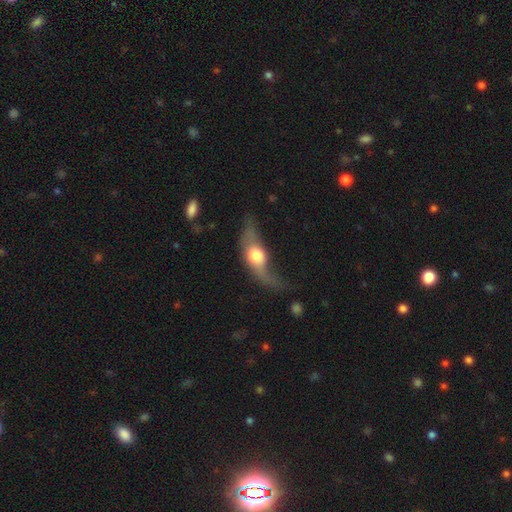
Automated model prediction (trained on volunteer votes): Smooth or featured? Predicted: featured or disk (p=0.51). Edge-on disk? Predicted: no (p=0.60). Merging? Predicted: major disturbance (p=0.39).